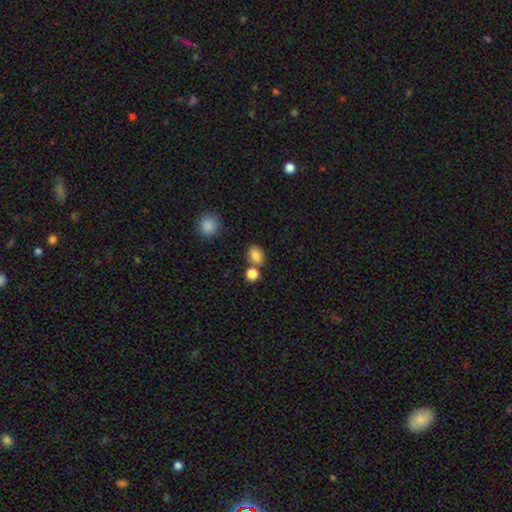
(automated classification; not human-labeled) Overall: smooth (83%). How rounded: in between (63%; round 36%). Merging: none (67%).